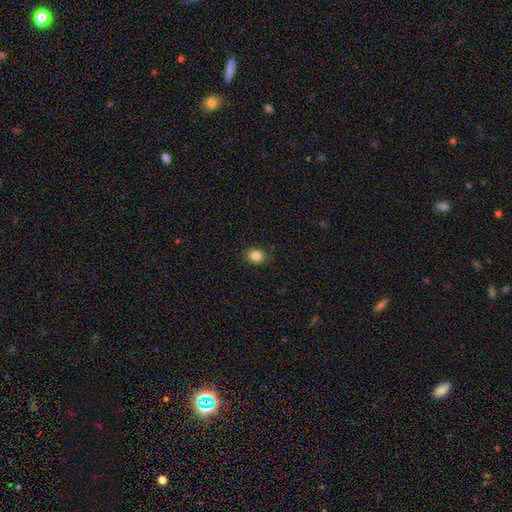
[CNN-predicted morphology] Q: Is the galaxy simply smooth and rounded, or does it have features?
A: smooth — 85%.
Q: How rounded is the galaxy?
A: in between — 60%.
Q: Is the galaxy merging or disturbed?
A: none — 87%.